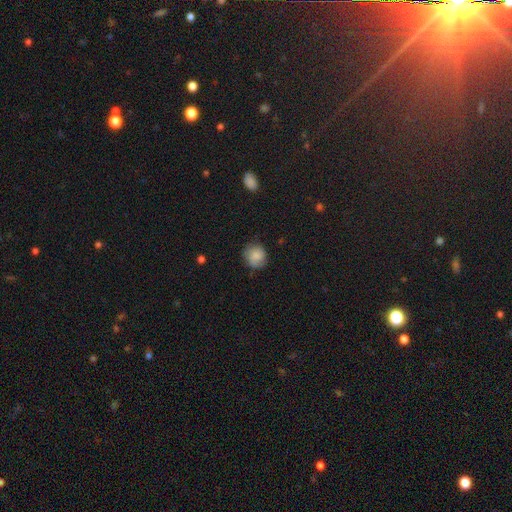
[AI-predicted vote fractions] Smooth or featured: smooth — 80% (featured or disk — 12%)
How rounded: round — 86% (in between — 13%)
Merging: none — 75% (minor disturbance — 19%)